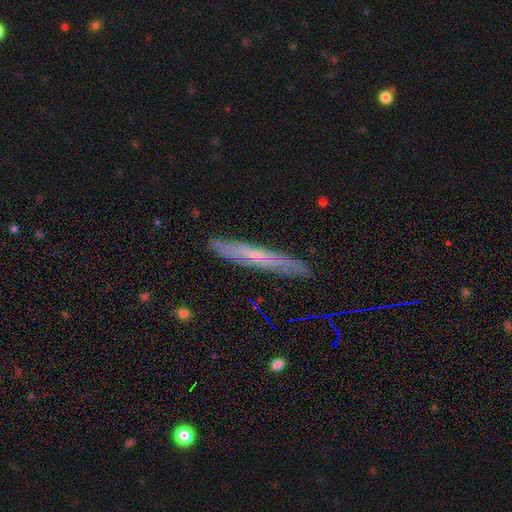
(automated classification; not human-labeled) This is likely a featured or disk galaxy (66%). It is likely viewed edge-on (73%). Merging: clearly none (81%).